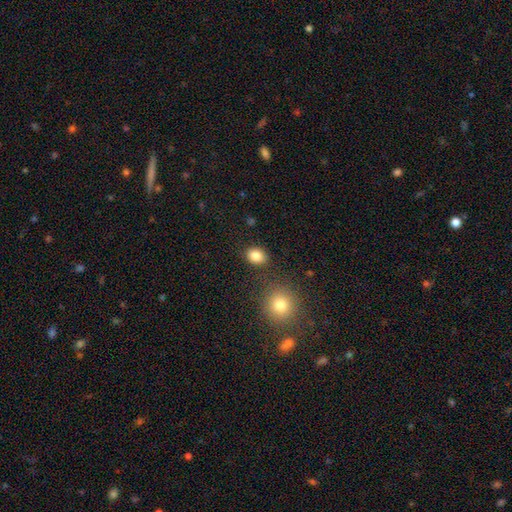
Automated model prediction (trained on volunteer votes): A smooth galaxy with no disk features (85%) that is in between round and cigar-shaped (53%). Merging: none (83%).